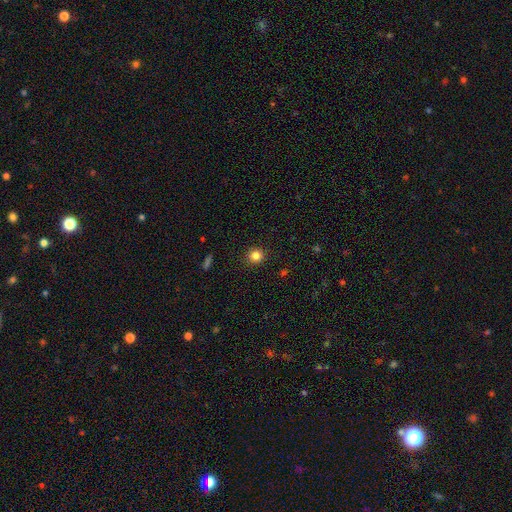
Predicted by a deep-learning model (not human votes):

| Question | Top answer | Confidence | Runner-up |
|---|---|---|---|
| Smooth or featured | smooth | 83% | star or artifact (12%) |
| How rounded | round | 91% | in between (8%) |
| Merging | none | 91% | minor disturbance (6%) |